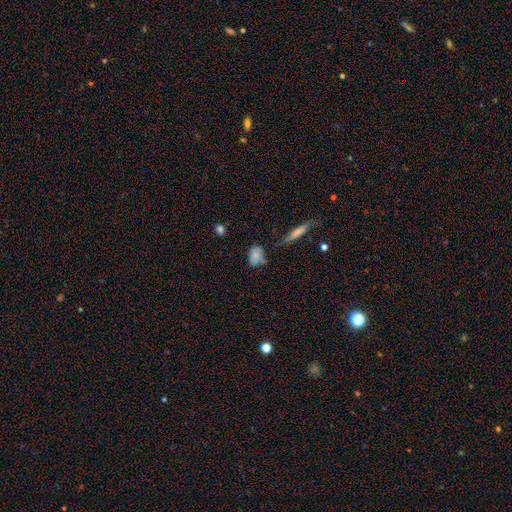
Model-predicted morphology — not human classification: A smooth galaxy with no disk features (73%) that is in between round and cigar-shaped (68%).

Vote fractions:
- Smooth or featured? smooth: 73% / featured or disk: 16% / star or artifact: 10%
- How rounded? in between: 68% / round: 28% / cigar-shaped: 4%
- Merging? none: 49% / minor disturbance: 31% / major disturbance: 11% / merger: 8%